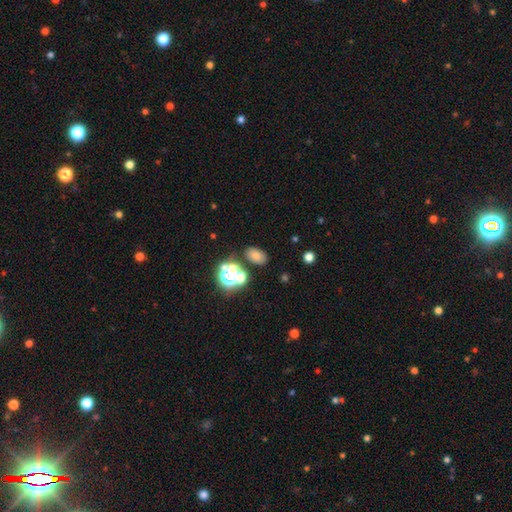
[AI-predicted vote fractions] Morphology: type=smooth (67%); roundness=in between (82%); merging=none (76%).